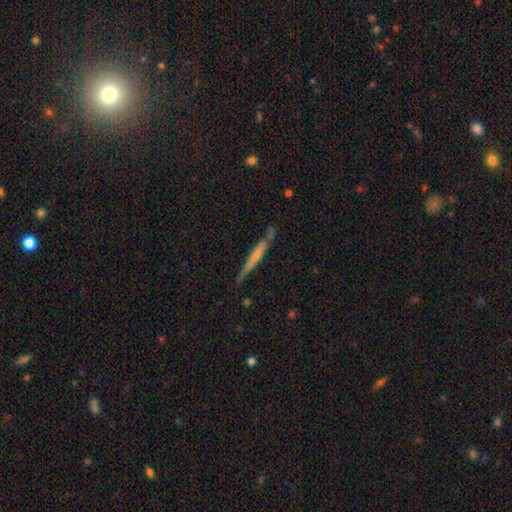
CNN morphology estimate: The model was most divided on "smooth or featured": featured or disk: 48%, smooth: 46%, star or artifact: 6%. More confident: merging — none (68%).